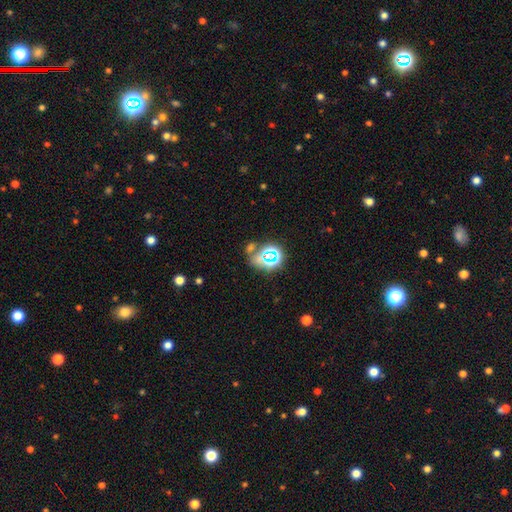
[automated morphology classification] Q: Smooth or featured?
A: smooth (48%); runner-up: star or artifact (30%)
Q: Merging?
A: none (47%); runner-up: merger (25%)